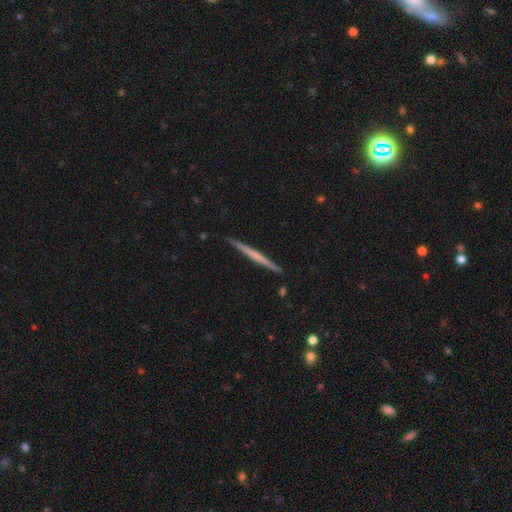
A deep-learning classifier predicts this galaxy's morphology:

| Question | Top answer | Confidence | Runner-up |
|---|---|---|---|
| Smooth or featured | featured or disk | 55% | smooth (40%) |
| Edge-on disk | yes | 98% | no (2%) |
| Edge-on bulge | none | 81% | rounded (13%) |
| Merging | none | 92% | minor disturbance (6%) |